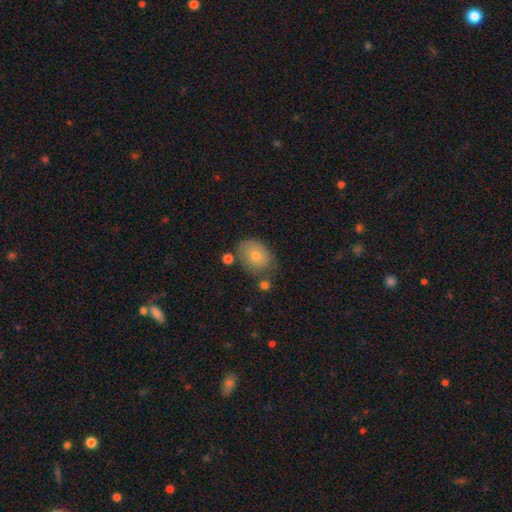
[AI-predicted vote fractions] Smooth or featured? smooth (65%)
How rounded? in between (63%)
Merging? none (67%)